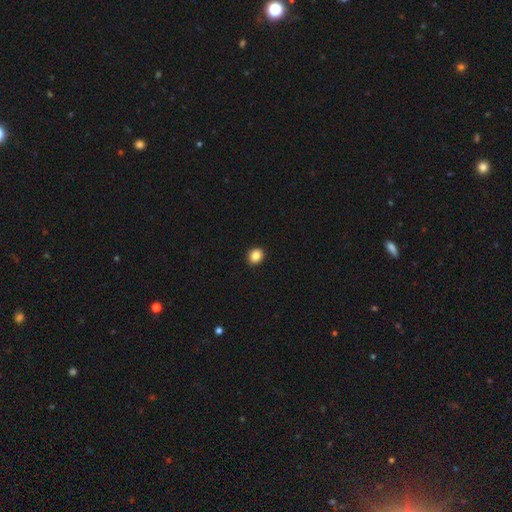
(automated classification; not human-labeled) This appears to be a smooth galaxy with no disk features (87%) that is round (72%). Merging: none (92%).